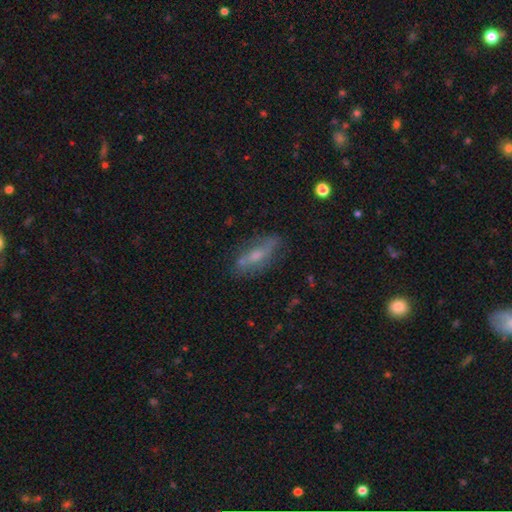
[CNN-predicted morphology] smooth_or_featured: featured or disk (p=0.51) [alt: smooth p=0.40]
disk_edge_on: no (p=0.54) [alt: yes p=0.46]
merging: none (p=0.71) [alt: minor disturbance p=0.20]